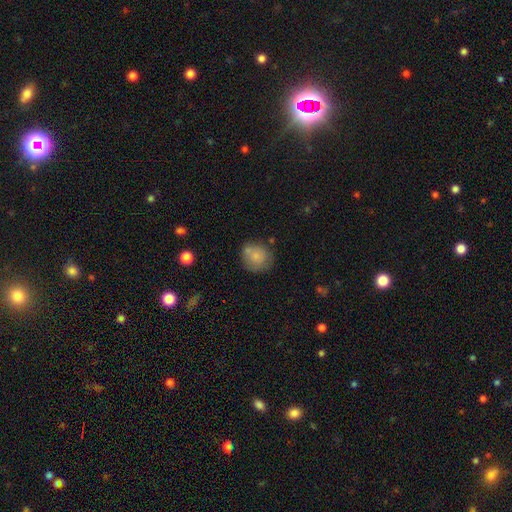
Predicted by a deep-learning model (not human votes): This appears to be a smooth galaxy with no disk features (77%) that is round (80%). Merging: none (58%).